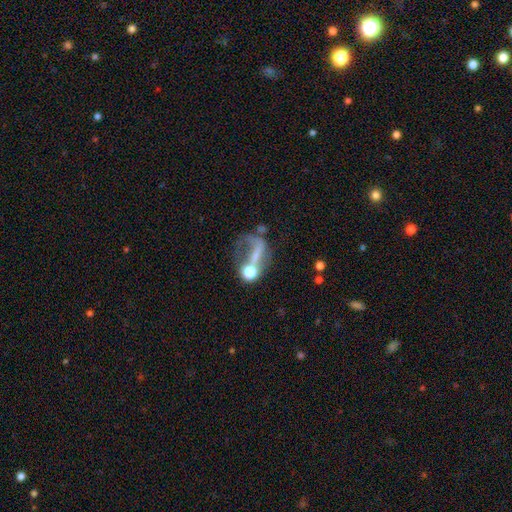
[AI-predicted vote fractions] featured or disk 44%, smooth 37%, star or artifact 19%. Down the decision tree: merging — major disturbance (40%).